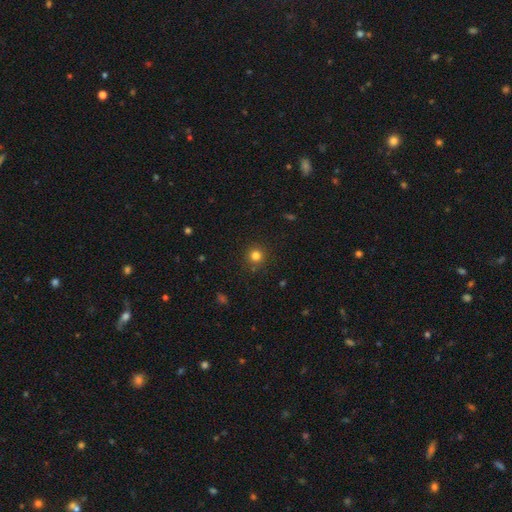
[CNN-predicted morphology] This is clearly a smooth galaxy (81%). How rounded: clearly round (94%). Merging: clearly none (90%).